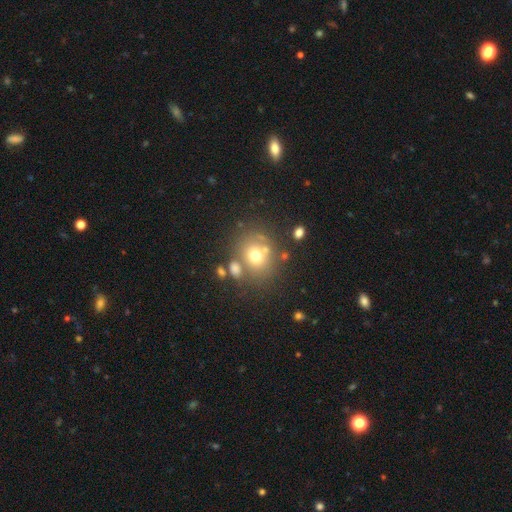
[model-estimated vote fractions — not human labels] smooth_or_featured: smooth (p=0.66) [alt: featured or disk p=0.19]
how_rounded: round (p=0.73) [alt: in between p=0.26]
merging: none (p=0.61) [alt: merger p=0.18]